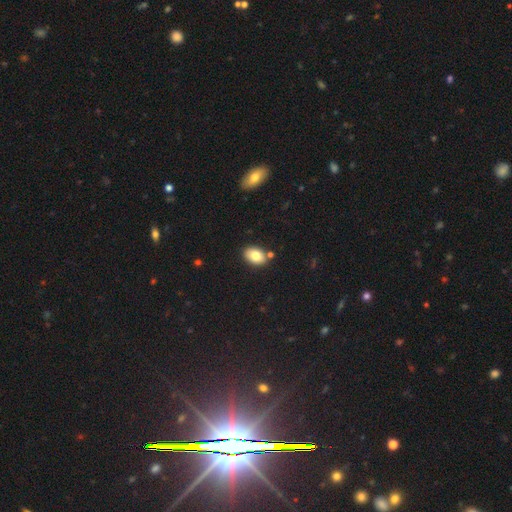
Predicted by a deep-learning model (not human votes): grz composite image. It shows a smooth galaxy with no disk features (80%) that is in between round and cigar-shaped (83%). Merging: none (79%).